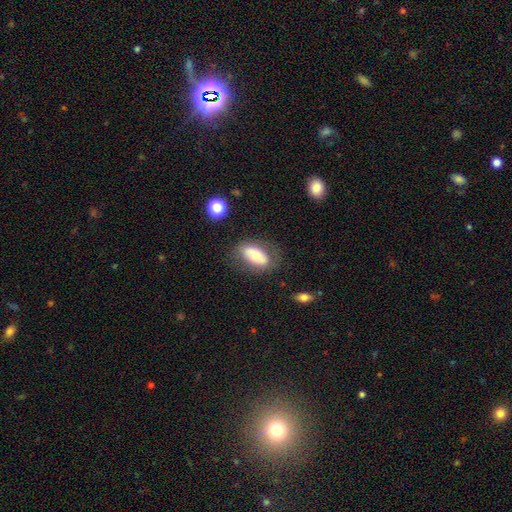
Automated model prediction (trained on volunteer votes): smooth-or-featured: smooth: 60% | featured or disk: 32% | star or artifact: 7%
  how-rounded: in between: 87% | cigar-shaped: 7% | round: 6%
  merging: none: 74% | minor disturbance: 17% | major disturbance: 7% | merger: 2%